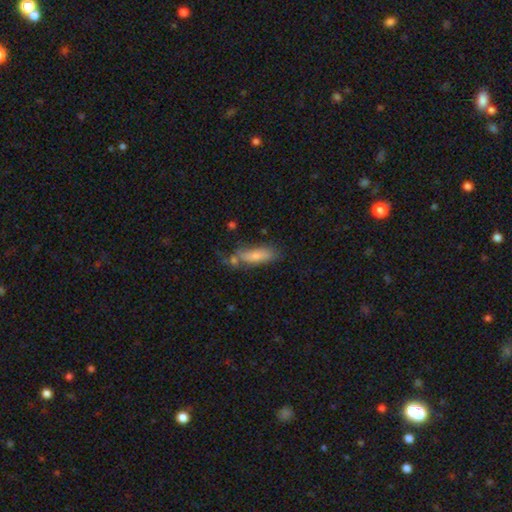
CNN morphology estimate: type=smooth (73%); roundness=in between (55%); merging=none (54%).